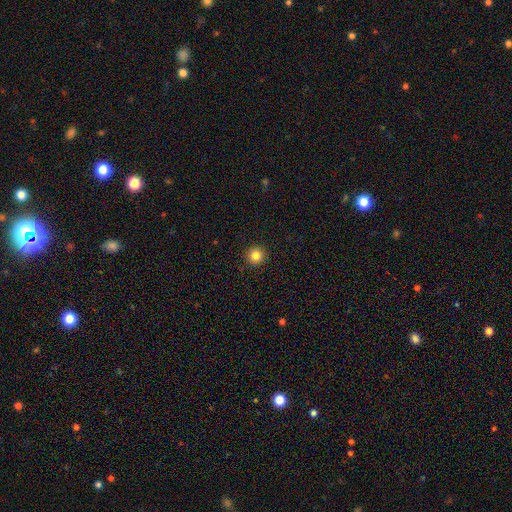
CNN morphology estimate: smooth_or_featured: smooth (p=0.84) [alt: star or artifact p=0.11]
how_rounded: round (p=0.96) [alt: in between p=0.03]
merging: none (p=0.93) [alt: minor disturbance p=0.04]